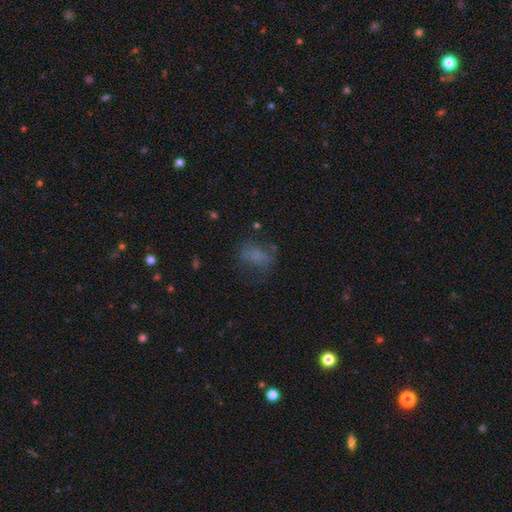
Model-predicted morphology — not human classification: This is possibly a smooth galaxy (57%). How rounded: likely in between (72%). Merging: possibly none (49%).